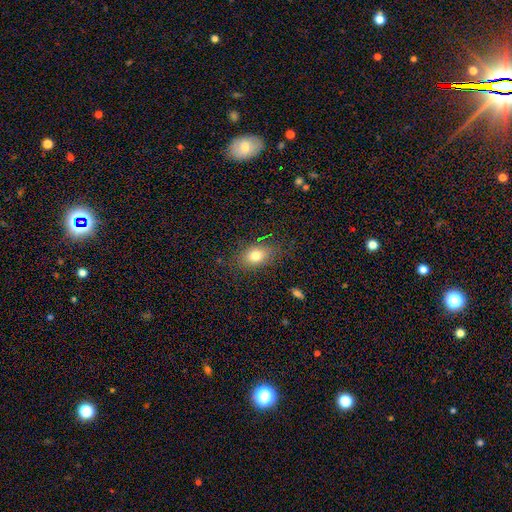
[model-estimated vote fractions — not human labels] Smooth or featured: smooth — 78% (featured or disk — 12%)
How rounded: in between — 80% (round — 17%)
Merging: none — 80% (minor disturbance — 14%)